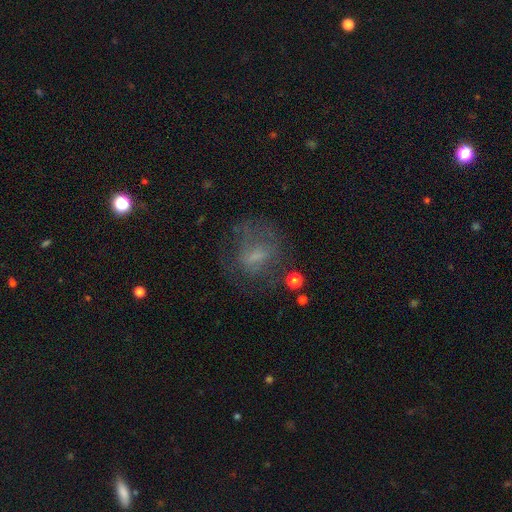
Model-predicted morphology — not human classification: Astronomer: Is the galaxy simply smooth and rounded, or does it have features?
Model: smooth — 43% (runner-up: featured or disk, 40%).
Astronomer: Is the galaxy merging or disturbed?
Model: none — 54%.